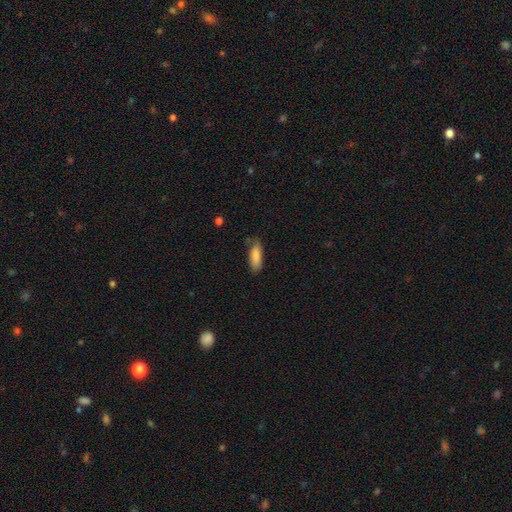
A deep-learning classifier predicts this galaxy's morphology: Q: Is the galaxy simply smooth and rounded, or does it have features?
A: smooth — 83%.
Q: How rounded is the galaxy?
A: in between — 60%.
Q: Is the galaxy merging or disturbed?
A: none — 68%.